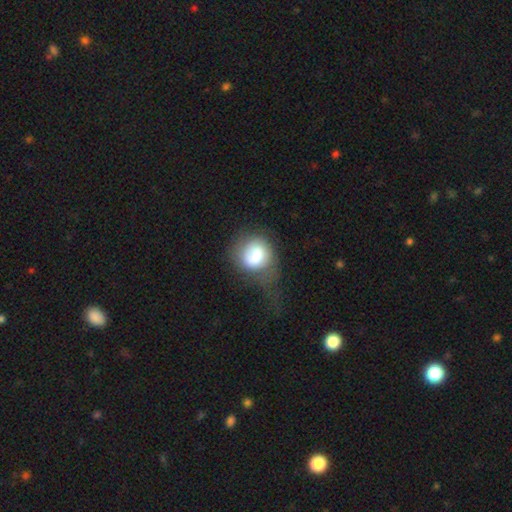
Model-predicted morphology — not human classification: A smooth galaxy with no disk features (70%) that is round (71%).

Vote fractions:
- Smooth or featured? smooth: 70% / featured or disk: 22% / star or artifact: 8%
- How rounded? round: 71% / in between: 28% / cigar-shaped: 1%
- Merging? major disturbance: 37% / none: 33% / minor disturbance: 26% / merger: 4%